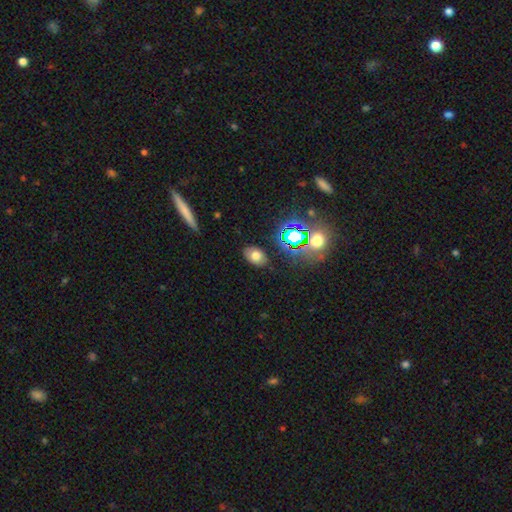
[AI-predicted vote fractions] smooth-or-featured: smooth: 70% | star or artifact: 18% | featured or disk: 13%
  how-rounded: in between: 84% | round: 14% | cigar-shaped: 1%
  merging: none: 84% | minor disturbance: 11% | major disturbance: 3% | merger: 2%